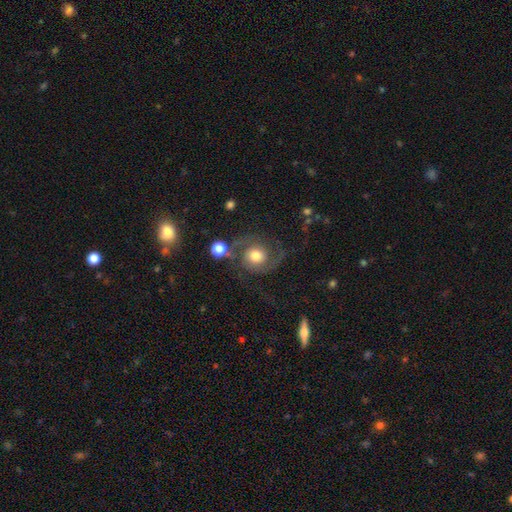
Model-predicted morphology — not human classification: Smooth or featured?
  - featured or disk: 73% *
  - smooth: 18%
  - star or artifact: 9%
Edge-on disk?
  - no: 98% *
  - yes: 2%
Bar?
  - no: 77% *
  - weak: 19%
  - strong: 4%
Spiral arms?
  - yes: 94% *
  - no: 6%
Spiral winding?
  - medium: 51% *
  - loose: 29%
  - tight: 20%
Spiral arm count?
  - 2: 90% *
  - can't tell: 3%
  - 1: 3%
  - 3: 2%
  - 4: 1%
  - more than 4: 1%
Bulge size?
  - moderate: 60% *
  - large: 25%
  - small: 9%
  - dominant: 3%
  - none: 2%
Merging?
  - none: 62% *
  - minor disturbance: 15%
  - major disturbance: 15%
  - merger: 8%